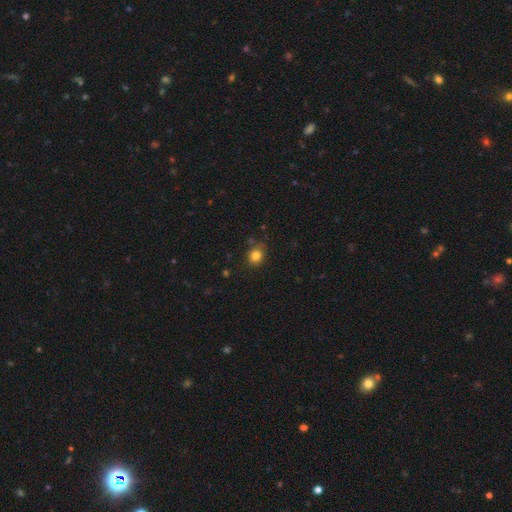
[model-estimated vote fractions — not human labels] smooth 82%, star or artifact 12%, featured or disk 6%. Down the decision tree: how rounded — round (76%); merging — none (80%).